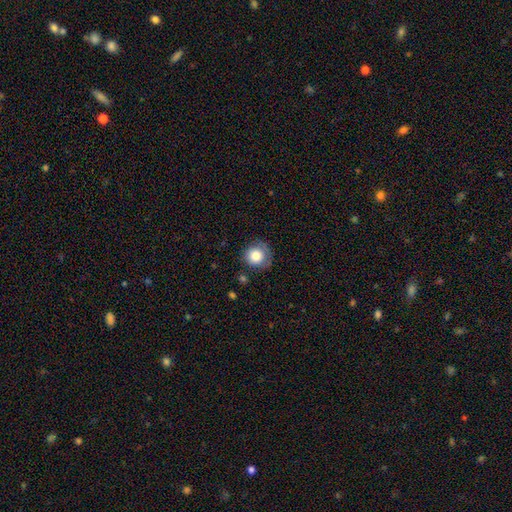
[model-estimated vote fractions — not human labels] Smooth or featured?
  - smooth: 83% *
  - star or artifact: 9%
  - featured or disk: 8%
How rounded?
  - round: 91% *
  - in between: 8%
  - cigar-shaped: 1%
Merging?
  - none: 69% *
  - minor disturbance: 22%
  - major disturbance: 7%
  - merger: 2%